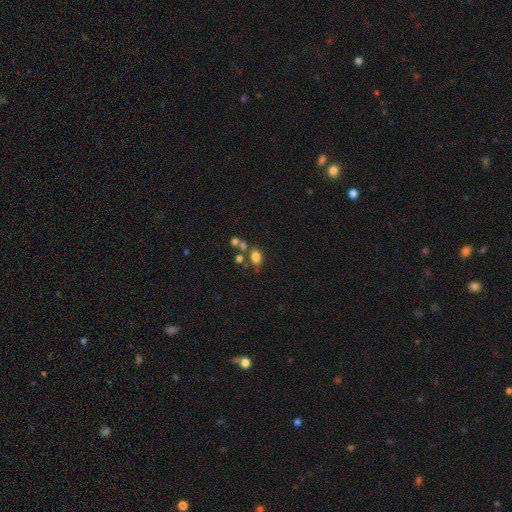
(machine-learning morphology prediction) smooth 78%, star or artifact 13%, featured or disk 9%. Down the decision tree: how rounded — in between (79%); merging — none (59%).